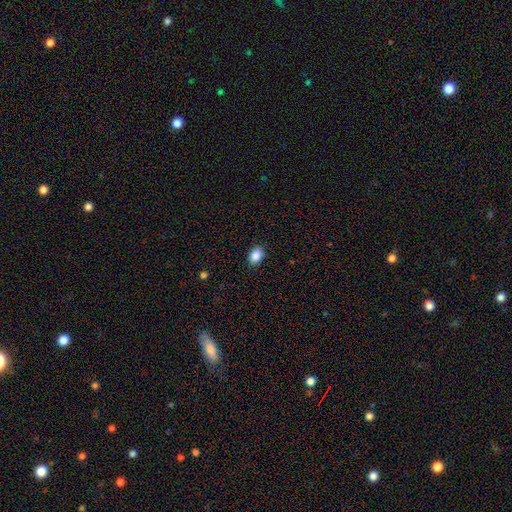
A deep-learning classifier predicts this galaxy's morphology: This is clearly a smooth galaxy (88%). How rounded: likely in between (77%). Merging: clearly none (89%).